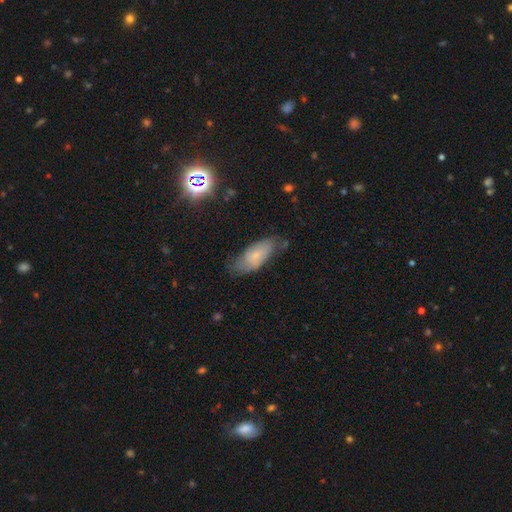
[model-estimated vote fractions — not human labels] Overall: smooth (60%; featured or disk 31%). How rounded: in between (83%). Merging: none (57%; minor disturbance 32%).